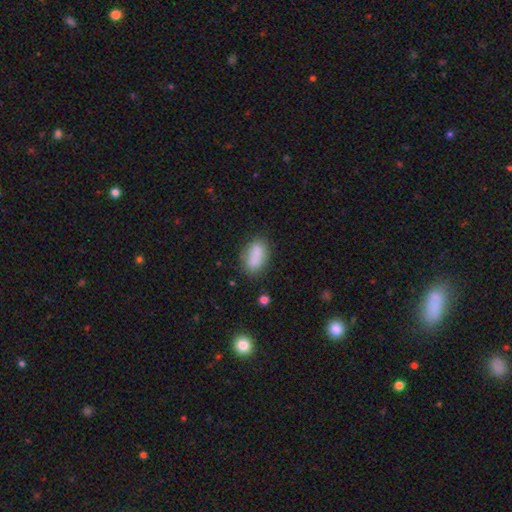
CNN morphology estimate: A smooth galaxy with no disk features (81%) that is in between round and cigar-shaped (87%).

Vote fractions:
- Smooth or featured? smooth: 81% / featured or disk: 10% / star or artifact: 9%
- How rounded? in between: 87% / round: 7% / cigar-shaped: 6%
- Merging? none: 63% / minor disturbance: 19% / merger: 12% / major disturbance: 6%